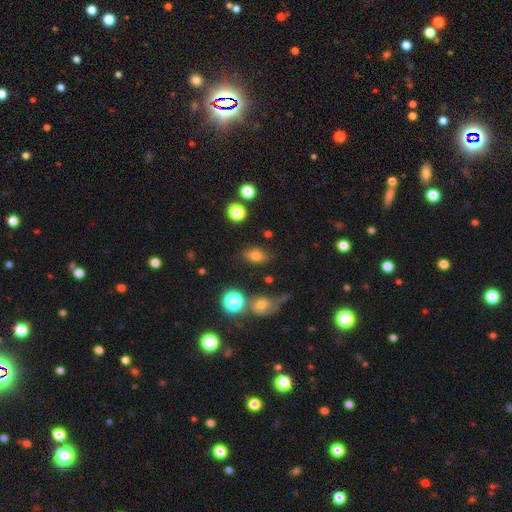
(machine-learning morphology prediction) Q: Smooth or featured?
A: smooth (69%); runner-up: featured or disk (16%)
Q: How rounded?
A: in between (77%); runner-up: round (19%)
Q: Merging?
A: none (69%); runner-up: minor disturbance (18%)